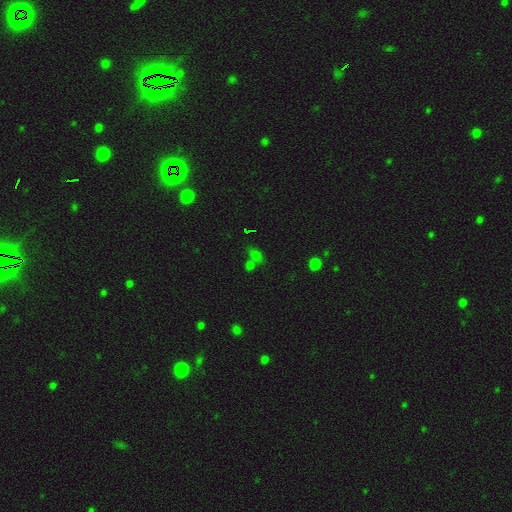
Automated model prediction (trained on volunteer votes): Morphology: type=smooth (55%); roundness=in between (54%); merging=none (52%).